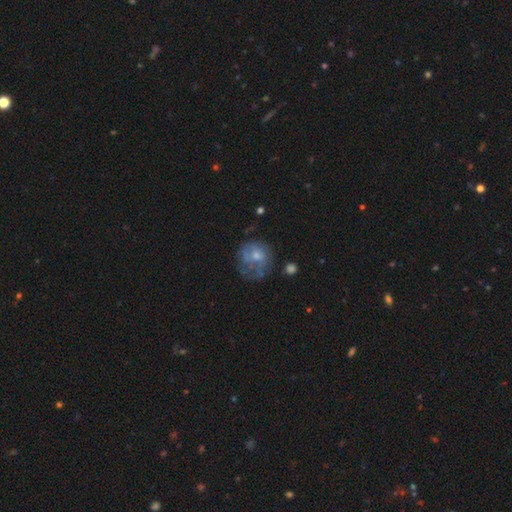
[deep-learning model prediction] A smooth galaxy with no disk features (47%).

Vote fractions:
- Smooth or featured? smooth: 47% / featured or disk: 44% / star or artifact: 9%
- Merging? none: 41% / major disturbance: 31% / minor disturbance: 25% / merger: 4%